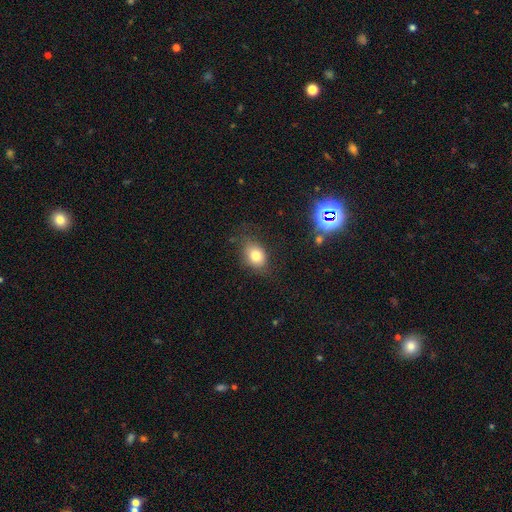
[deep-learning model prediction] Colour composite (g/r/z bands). It shows a smooth galaxy with no disk features (77%) that is in between round and cigar-shaped (65%). Merging: none (73%).